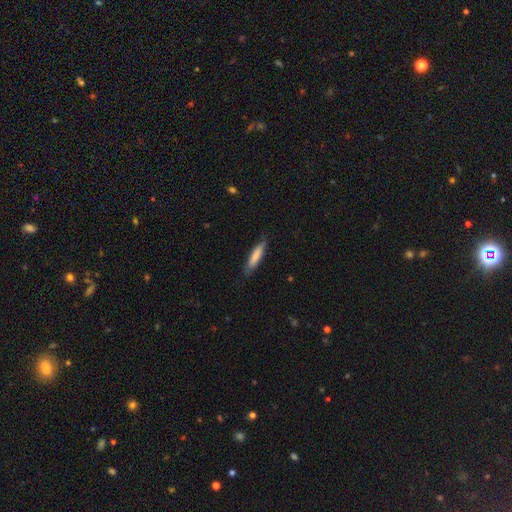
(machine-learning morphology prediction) Overall: smooth (79%). How rounded: cigar-shaped (82%). Merging: none (82%).